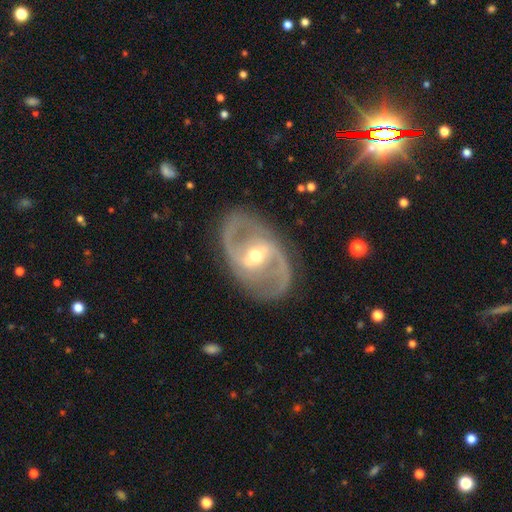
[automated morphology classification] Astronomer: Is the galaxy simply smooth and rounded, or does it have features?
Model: featured or disk — 89%.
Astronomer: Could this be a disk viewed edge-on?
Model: no — 96%.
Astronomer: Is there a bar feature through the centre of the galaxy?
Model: strong — 45% (runner-up: weak, 40%).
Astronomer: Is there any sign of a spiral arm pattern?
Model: yes — 89%.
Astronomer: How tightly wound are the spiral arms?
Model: medium — 54%.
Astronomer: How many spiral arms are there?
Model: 2 — 89%.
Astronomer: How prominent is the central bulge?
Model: moderate — 62%.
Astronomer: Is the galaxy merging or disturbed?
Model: none — 83%.